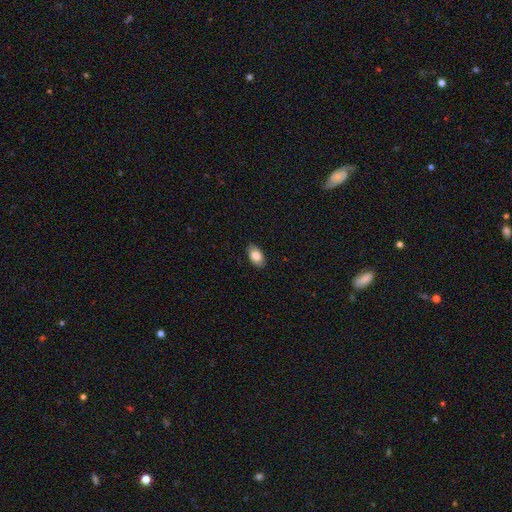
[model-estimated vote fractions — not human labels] Morphology: type=smooth (82%); roundness=in between (93%); merging=none (85%).